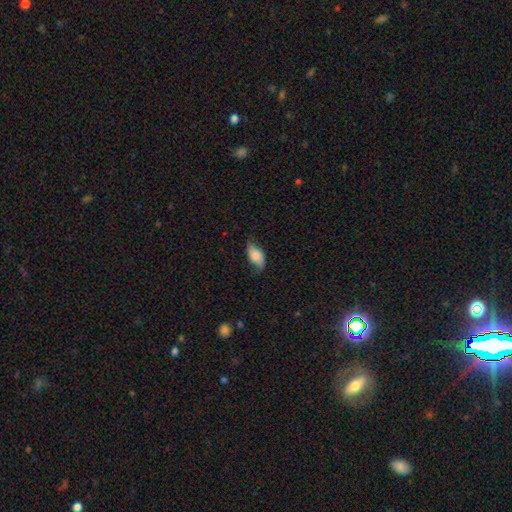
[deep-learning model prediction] smooth 69%, featured or disk 24%, star or artifact 7%. Down the decision tree: how rounded — in between (91%); merging — none (62%).